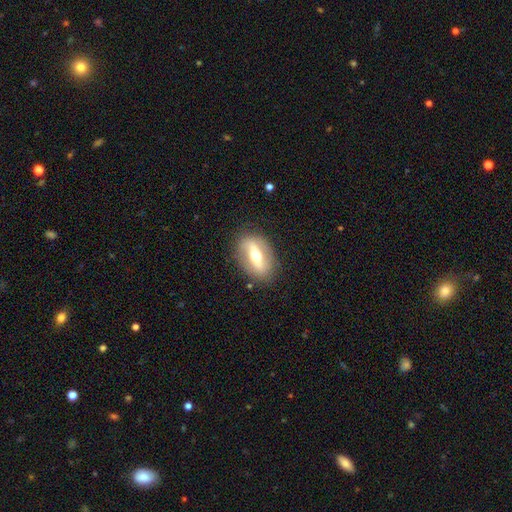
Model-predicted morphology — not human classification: smooth_or_featured: featured or disk (p=0.63) [alt: smooth p=0.30]
disk_edge_on: no (p=0.70) [alt: yes p=0.30]
merging: none (p=0.83) [alt: minor disturbance p=0.11]